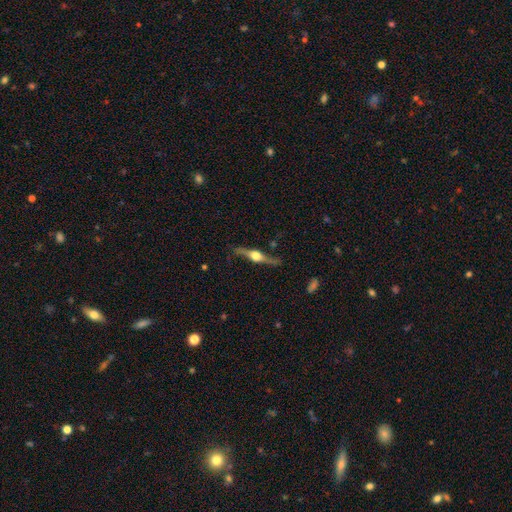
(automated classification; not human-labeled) A featured or disk galaxy (82%) viewed edge-on (96%) with a rounded central bulge (94%).

Vote fractions:
- Smooth or featured? featured or disk: 82% / smooth: 14% / star or artifact: 5%
- Edge-on disk? yes: 96% / no: 4%
- Edge-on bulge? rounded: 94% / boxy: 4% / none: 2%
- Merging? none: 81% / minor disturbance: 14% / major disturbance: 3% / merger: 2%